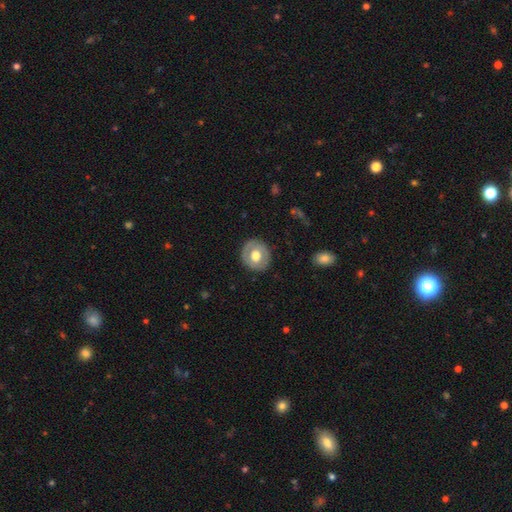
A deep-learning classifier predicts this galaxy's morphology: This appears to be a smooth galaxy with no disk features (53%) that is round (78%). Merging: none (86%).